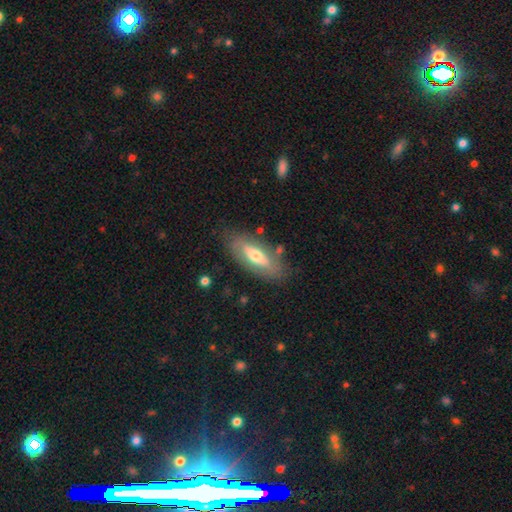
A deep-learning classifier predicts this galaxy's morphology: Overall: smooth (49%; featured or disk 45%). Merging: none (76%).